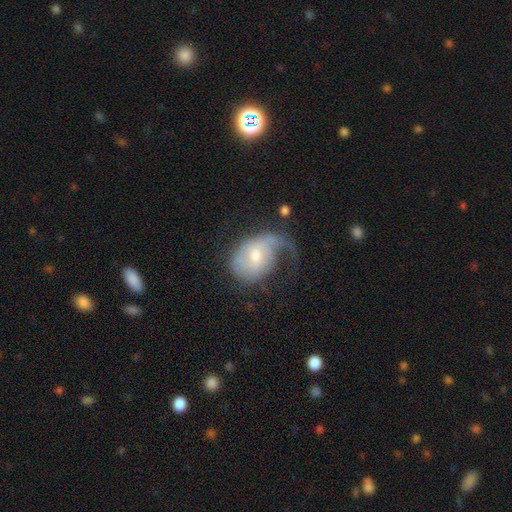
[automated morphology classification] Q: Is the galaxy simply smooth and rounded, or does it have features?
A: featured or disk — 62%.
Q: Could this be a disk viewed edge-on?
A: no — 96%.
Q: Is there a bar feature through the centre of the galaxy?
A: no — 57%.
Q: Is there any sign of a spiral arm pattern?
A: yes — 80%.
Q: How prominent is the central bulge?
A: moderate — 51%.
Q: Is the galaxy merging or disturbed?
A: major disturbance — 48%.